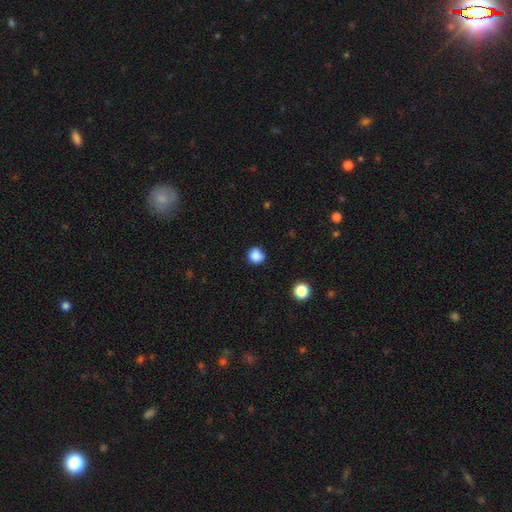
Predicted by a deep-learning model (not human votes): Smooth or featured? smooth (86%)
How rounded? round (86%)
Merging? none (77%)